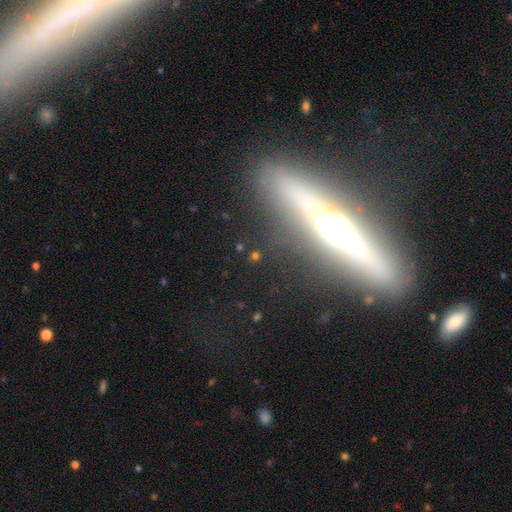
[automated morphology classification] A featured or disk galaxy (42%).

Vote fractions:
- Smooth or featured? featured or disk: 42% / smooth: 30% / star or artifact: 28%
- Merging? none: 82% / minor disturbance: 9% / major disturbance: 5% / merger: 3%